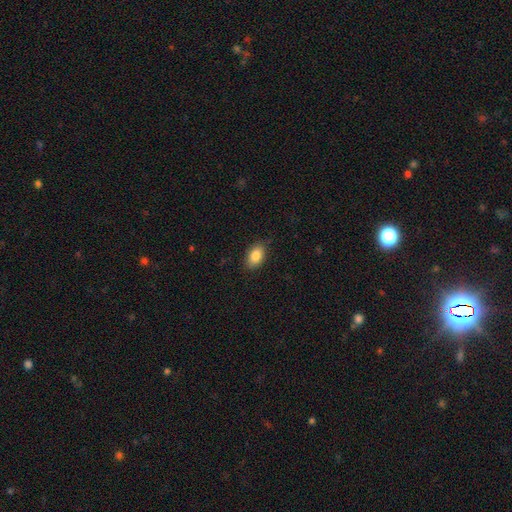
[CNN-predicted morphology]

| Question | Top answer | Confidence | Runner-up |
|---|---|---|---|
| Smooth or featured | smooth | 86% | star or artifact (8%) |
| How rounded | in between | 90% | round (8%) |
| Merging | none | 84% | minor disturbance (13%) |